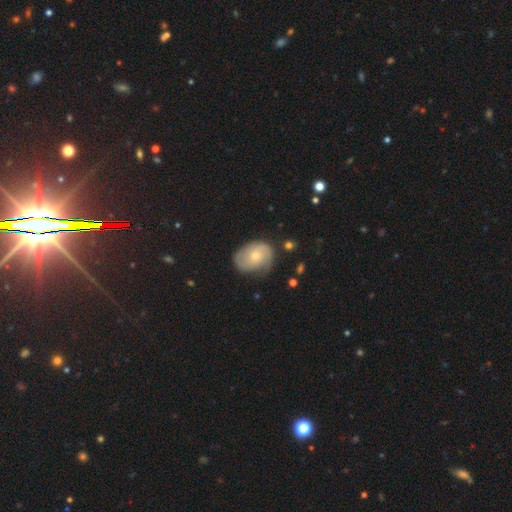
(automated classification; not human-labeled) A featured or disk galaxy (66%) with no bar (73%), 2 (65%) tight (44%) spiral arms (89%) and a small central bulge (53%). Merging: none (68%).